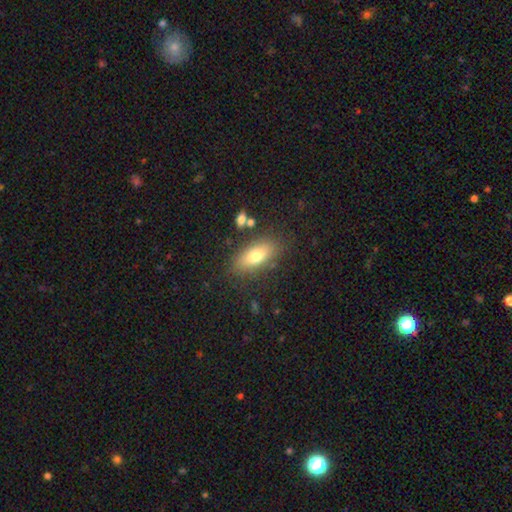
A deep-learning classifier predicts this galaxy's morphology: A smooth galaxy with no disk features (73%) that is in between round and cigar-shaped (82%).

Vote fractions:
- Smooth or featured? smooth: 73% / featured or disk: 19% / star or artifact: 8%
- How rounded? in between: 82% / cigar-shaped: 14% / round: 4%
- Merging? none: 80% / minor disturbance: 12% / major disturbance: 4% / merger: 4%